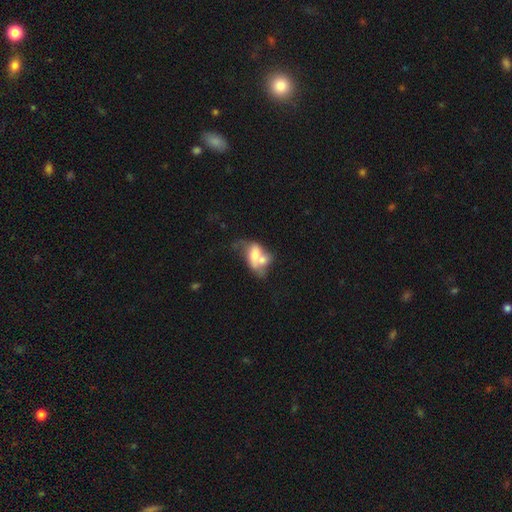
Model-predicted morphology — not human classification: Overall: smooth (49%; featured or disk 42%). Merging: merger (63%).